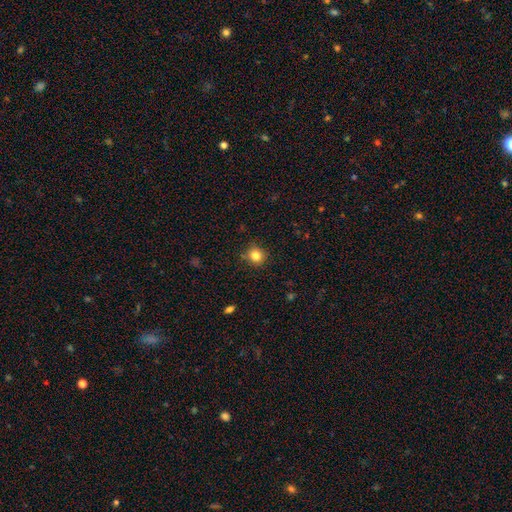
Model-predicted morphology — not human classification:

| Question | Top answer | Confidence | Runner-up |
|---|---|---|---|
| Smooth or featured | smooth | 81% | star or artifact (13%) |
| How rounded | round | 90% | in between (9%) |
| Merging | none | 86% | minor disturbance (10%) |